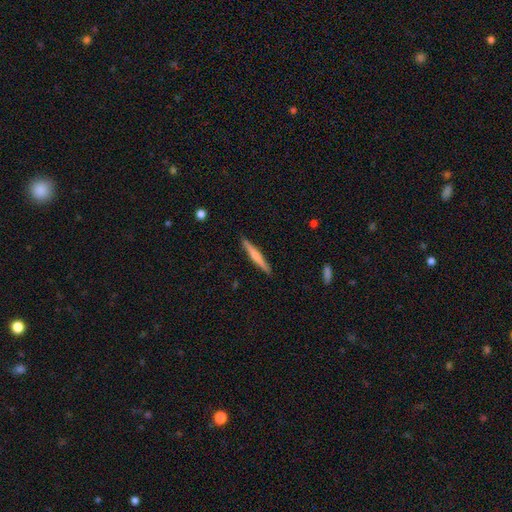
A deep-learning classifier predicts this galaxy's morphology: smooth_or_featured: smooth (p=0.50) [alt: featured or disk p=0.44]
how_rounded: cigar-shaped (p=0.95) [alt: in between p=0.04]
merging: none (p=0.90) [alt: minor disturbance p=0.07]